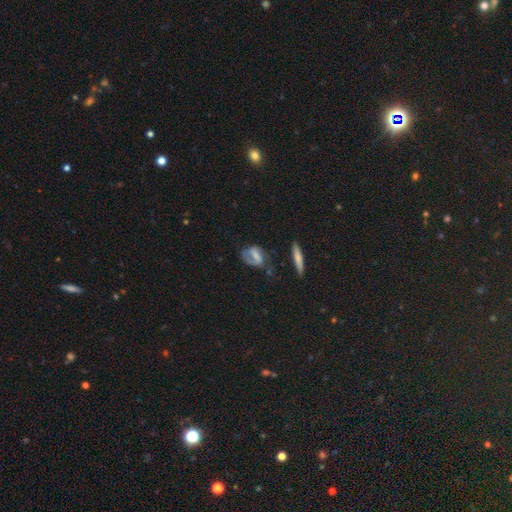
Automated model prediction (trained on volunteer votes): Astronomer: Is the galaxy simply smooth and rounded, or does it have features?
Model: featured or disk — 51% (runner-up: smooth, 40%).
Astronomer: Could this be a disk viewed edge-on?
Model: no — 91%.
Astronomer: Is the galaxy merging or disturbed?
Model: none — 47% (runner-up: minor disturbance, 25%).